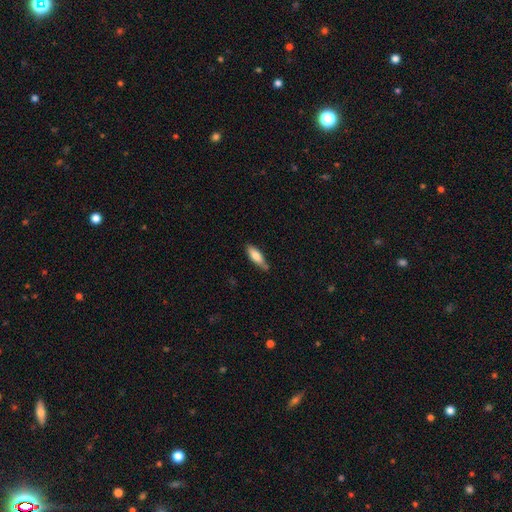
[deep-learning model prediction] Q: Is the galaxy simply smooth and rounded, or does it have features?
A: smooth — 76%.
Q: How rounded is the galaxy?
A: in between — 50%.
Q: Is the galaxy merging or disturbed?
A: none — 69%.